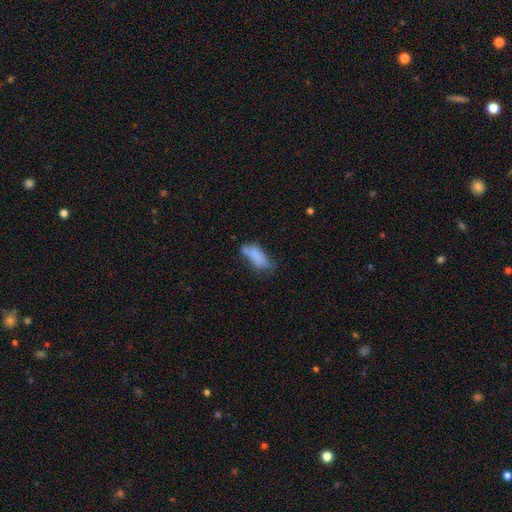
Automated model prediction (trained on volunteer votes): smooth 72%, featured or disk 18%, star or artifact 10%. Down the decision tree: how rounded — in between (70%); merging — none (36%).